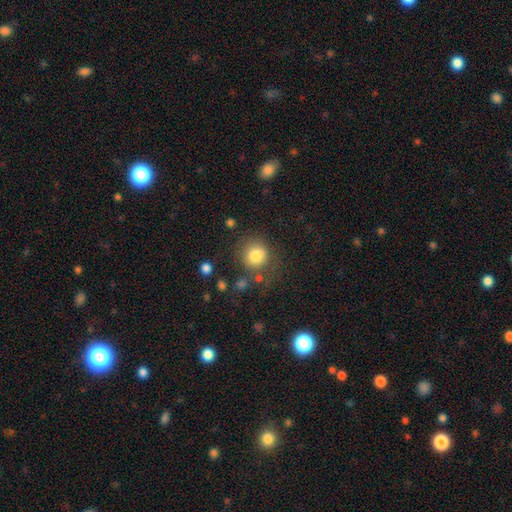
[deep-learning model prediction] Smooth or featured? Predicted: smooth (p=0.81). How rounded? Predicted: round (p=0.86). Merging? Predicted: none (p=0.71).